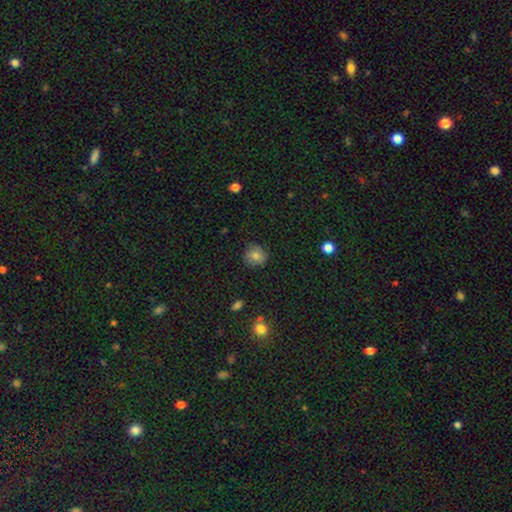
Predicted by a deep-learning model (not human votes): Morphology: type=smooth (77%); roundness=round (84%); merging=none (80%).